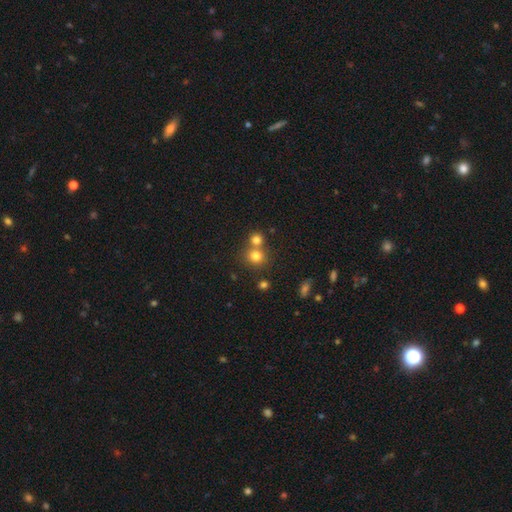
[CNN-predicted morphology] Q: Smooth or featured?
A: smooth (78%); runner-up: star or artifact (14%)
Q: How rounded?
A: round (86%); runner-up: in between (13%)
Q: Merging?
A: none (55%); runner-up: merger (35%)